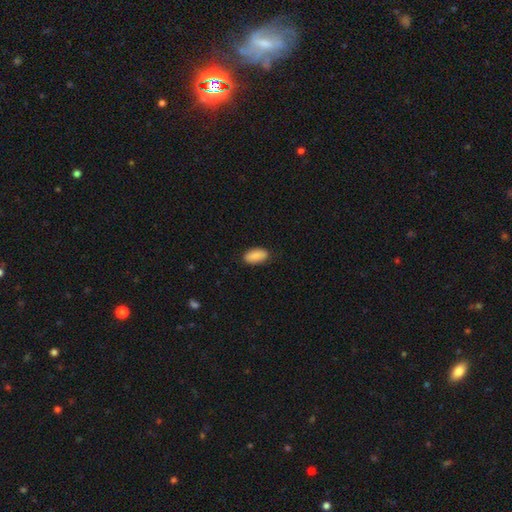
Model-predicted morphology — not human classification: smooth 89%, star or artifact 6%, featured or disk 5%. Down the decision tree: how rounded — in between (93%); merging — none (86%).